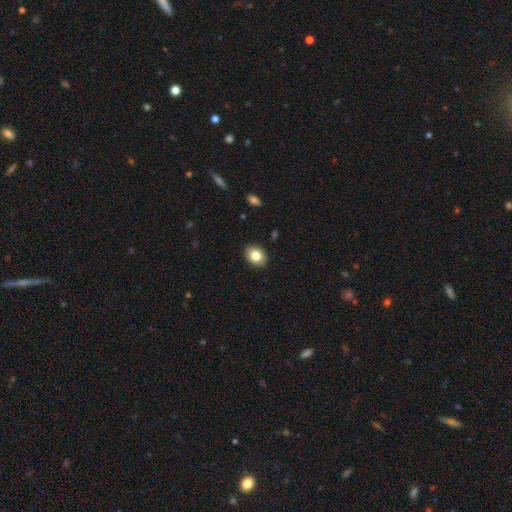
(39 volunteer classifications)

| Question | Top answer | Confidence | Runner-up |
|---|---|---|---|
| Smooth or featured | smooth | 82% | featured or disk (10%) |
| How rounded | in between | 56% | round (44%) |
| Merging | none | 92% | minor disturbance (8%) |